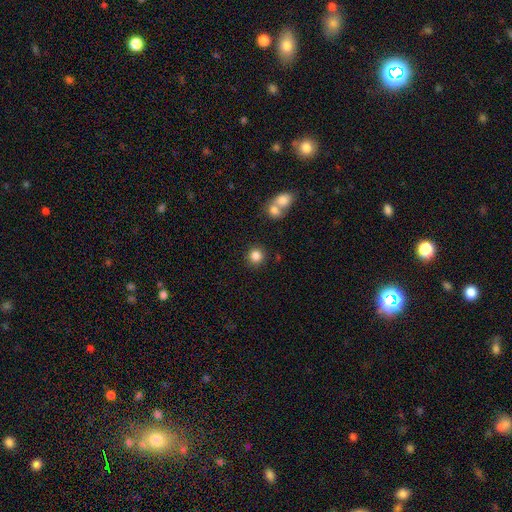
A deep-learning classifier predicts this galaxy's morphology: Smooth or featured: smooth — 84% (star or artifact — 11%)
How rounded: round — 91% (in between — 8%)
Merging: none — 86% (minor disturbance — 6%)